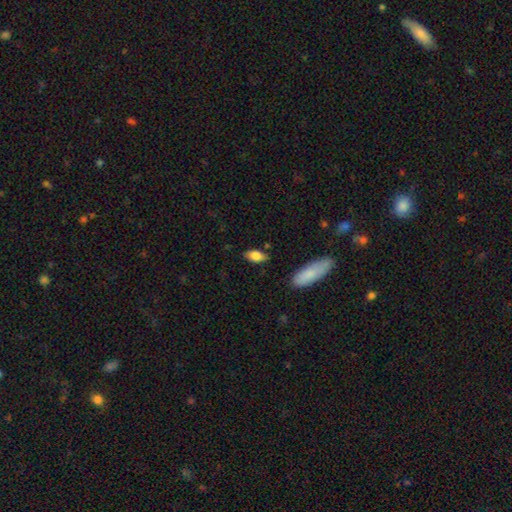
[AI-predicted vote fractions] The model was most divided on "merging": none: 81%, minor disturbance: 13%, major disturbance: 3%, merger: 3%. More confident: how rounded — in between (88%); smooth or featured — smooth (81%).